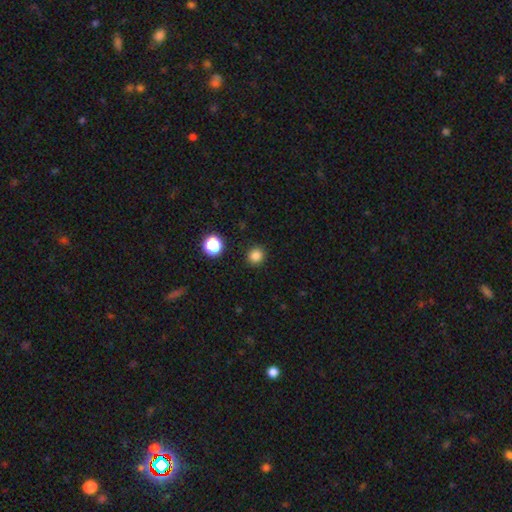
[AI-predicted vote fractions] Overall: smooth (83%). How rounded: round (88%). Merging: none (91%).